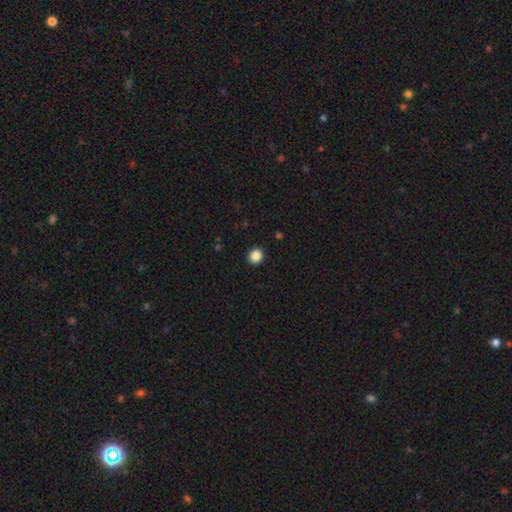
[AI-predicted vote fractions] This appears to be a smooth galaxy with no disk features (87%) that is round (92%). Merging: none (93%).